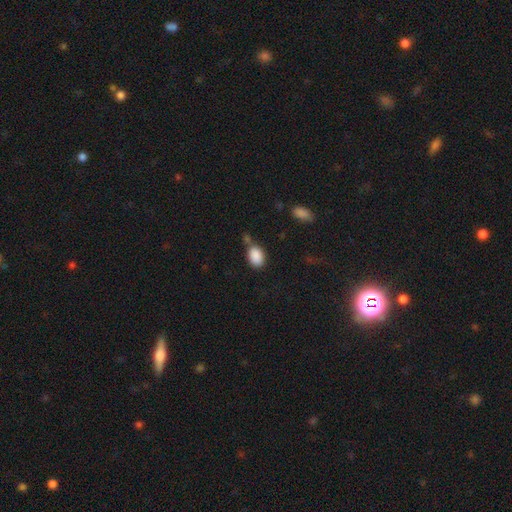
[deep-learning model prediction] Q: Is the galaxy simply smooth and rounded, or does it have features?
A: smooth — 88%.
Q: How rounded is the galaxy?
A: in between — 82%.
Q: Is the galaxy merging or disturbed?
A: none — 61%.